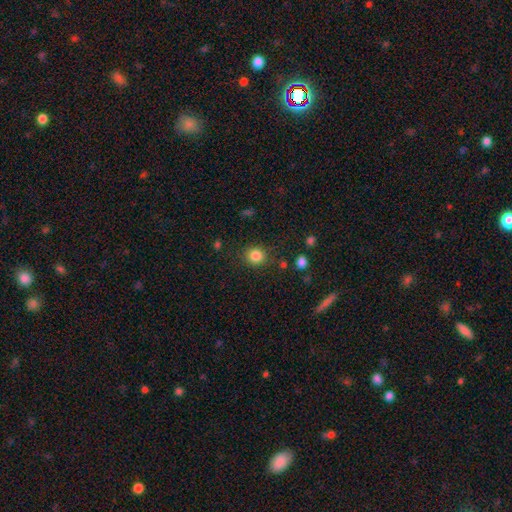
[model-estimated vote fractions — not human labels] smooth-or-featured: smooth: 84% | star or artifact: 11% | featured or disk: 4%
  how-rounded: round: 88% | in between: 11% | cigar-shaped: 1%
  merging: none: 86% | minor disturbance: 9% | major disturbance: 3% | merger: 2%